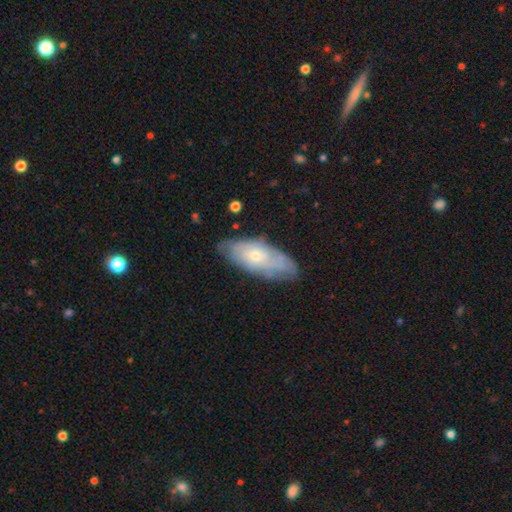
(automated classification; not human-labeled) Smooth or featured? Predicted: featured or disk (p=0.58). Edge-on disk? Predicted: no (p=0.85). Merging? Predicted: none (p=0.71).